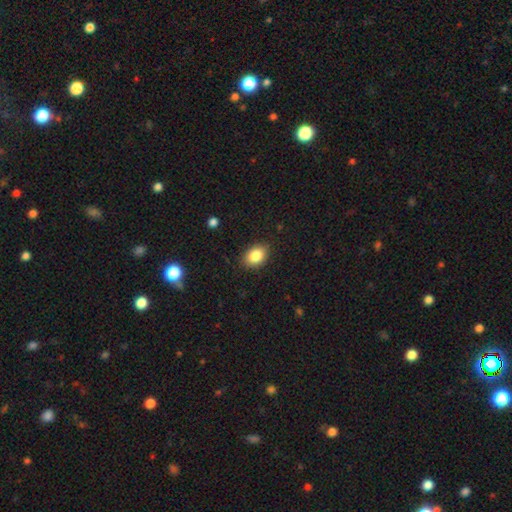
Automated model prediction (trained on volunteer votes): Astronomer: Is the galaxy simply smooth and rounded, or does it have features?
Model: smooth — 86%.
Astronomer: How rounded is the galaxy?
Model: in between — 75%.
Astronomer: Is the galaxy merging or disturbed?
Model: none — 87%.